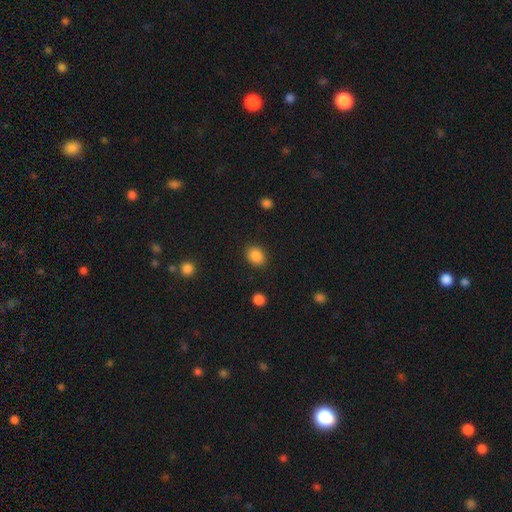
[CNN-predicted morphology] smooth-or-featured: smooth: 87% | star or artifact: 9% | featured or disk: 4%
  how-rounded: in between: 51% | round: 48% | cigar-shaped: 1%
  merging: none: 87% | minor disturbance: 8% | major disturbance: 3% | merger: 2%